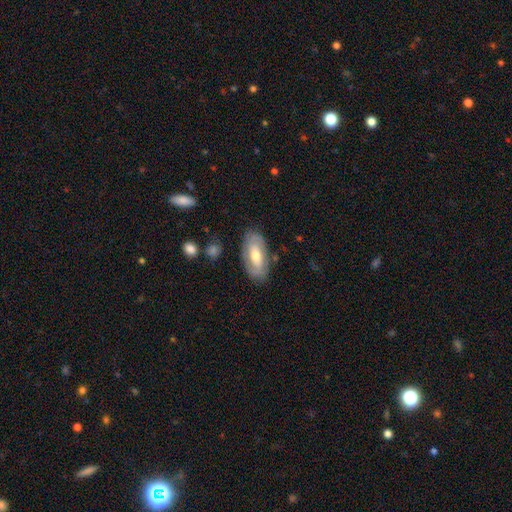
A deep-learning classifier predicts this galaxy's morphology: This is possibly a featured or disk galaxy (52%). It is clearly not viewed edge-on (87%). Merging: likely none (80%).